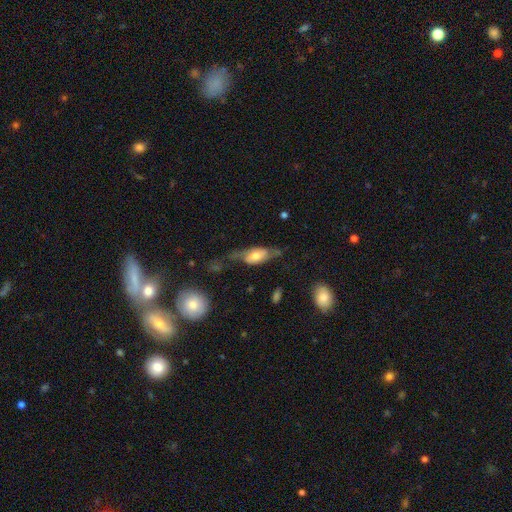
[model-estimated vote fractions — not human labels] Q: Smooth or featured?
A: featured or disk (51%); runner-up: smooth (42%)
Q: Edge-on disk?
A: no (65%); runner-up: yes (35%)
Q: Merging?
A: none (38%); runner-up: major disturbance (31%)